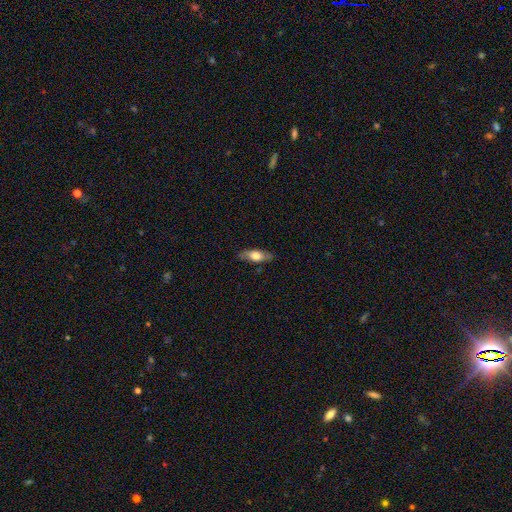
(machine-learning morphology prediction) type=smooth (60%); roundness=in between (68%); merging=none (82%).